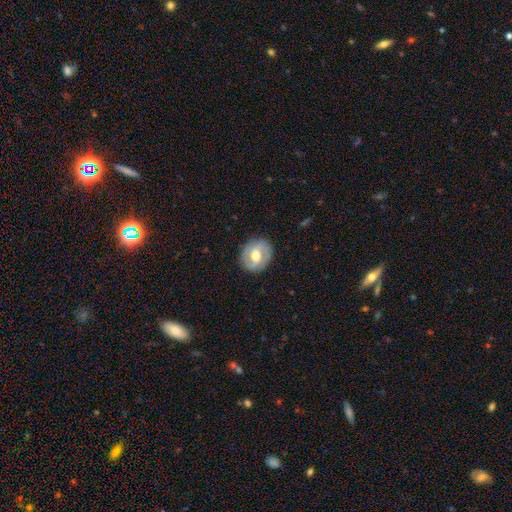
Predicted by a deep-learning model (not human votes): smooth_or_featured: featured or disk (p=0.70) [alt: smooth p=0.24]
disk_edge_on: no (p=0.97) [alt: yes p=0.03]
bar: weak (p=0.45) [alt: no p=0.33]
has_spiral_arms: yes (p=0.81) [alt: no p=0.19]
spiral_winding: medium (p=0.44) [alt: tight p=0.38]
spiral_arm_count: 2 (p=0.86) [alt: can't tell p=0.08]
bulge_size: moderate (p=0.74) [alt: small p=0.15]
merging: none (p=0.86) [alt: minor disturbance p=0.10]